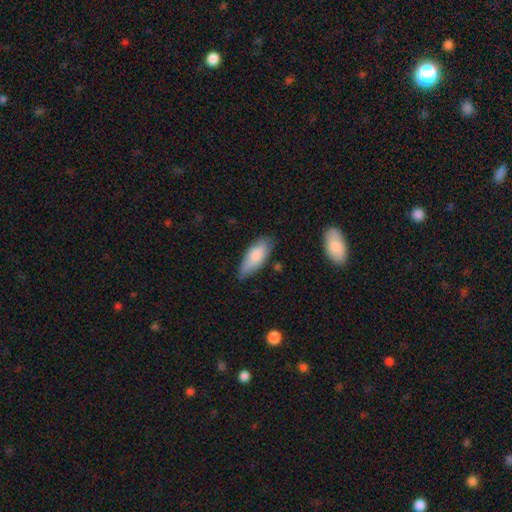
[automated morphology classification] type=smooth (79%); roundness=in between (77%); merging=none (69%).